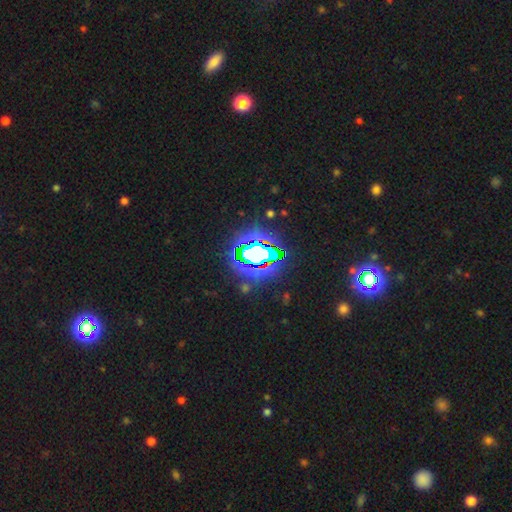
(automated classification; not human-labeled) star or artifact 73%, smooth 14%, featured or disk 13%.